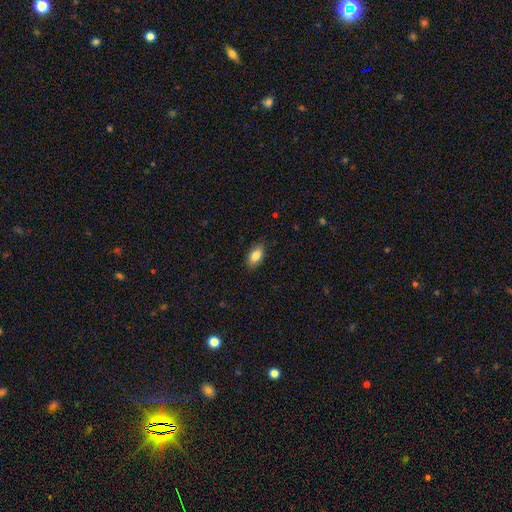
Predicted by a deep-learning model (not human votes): Q: Smooth or featured?
A: smooth (84%); runner-up: featured or disk (8%)
Q: How rounded?
A: in between (91%); runner-up: round (6%)
Q: Merging?
A: none (86%); runner-up: minor disturbance (11%)